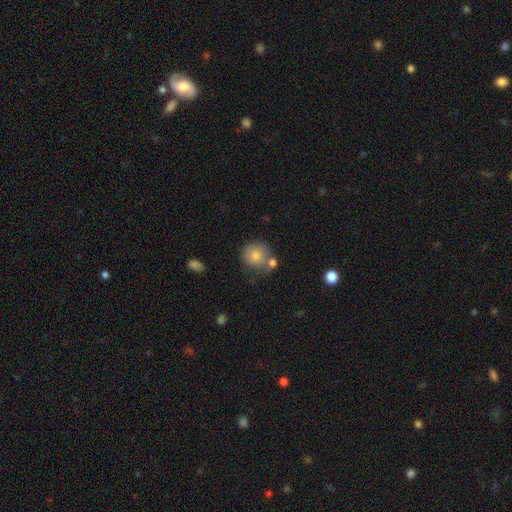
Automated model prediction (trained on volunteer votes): The model was most divided on "merging": none: 60%, merger: 22%, minor disturbance: 13%, major disturbance: 5%. More confident: how rounded — round (89%); smooth or featured — smooth (80%).